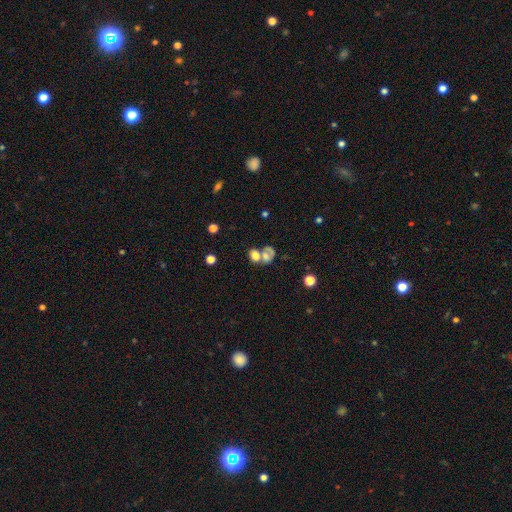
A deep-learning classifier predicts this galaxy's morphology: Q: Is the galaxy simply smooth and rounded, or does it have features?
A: smooth — 66%.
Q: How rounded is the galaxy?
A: in between — 52%.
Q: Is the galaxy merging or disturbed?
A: merger — 57%.